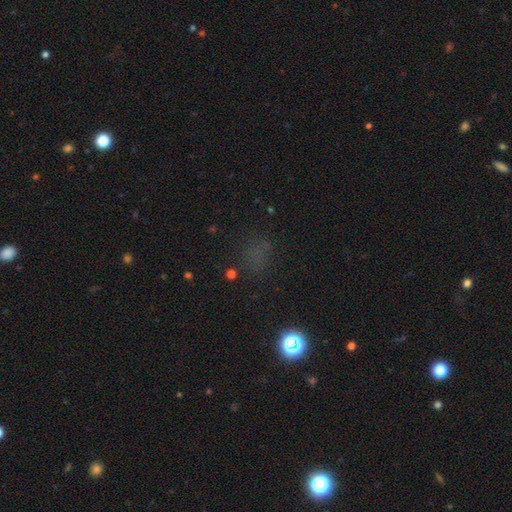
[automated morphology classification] Smooth or featured? smooth (46%)
Merging? none (74%)